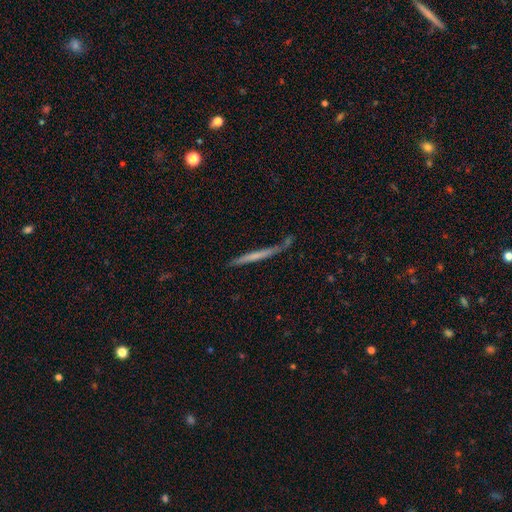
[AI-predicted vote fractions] Overall: smooth (50%; featured or disk 43%). How rounded: cigar-shaped (96%). Merging: none (68%).